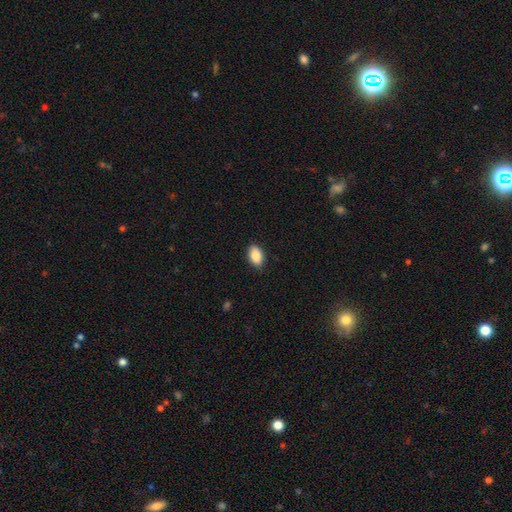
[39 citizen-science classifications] Overall: smooth (95%). How rounded: in between (86%). Merging: none (87%).